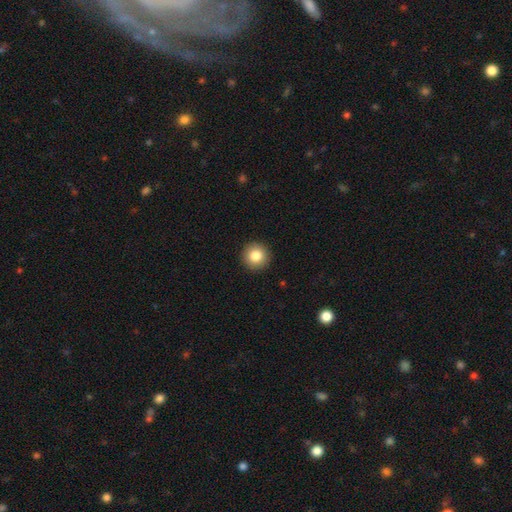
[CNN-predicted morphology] Smooth or featured? Predicted: smooth (p=0.83). How rounded? Predicted: round (p=0.95). Merging? Predicted: none (p=0.93).